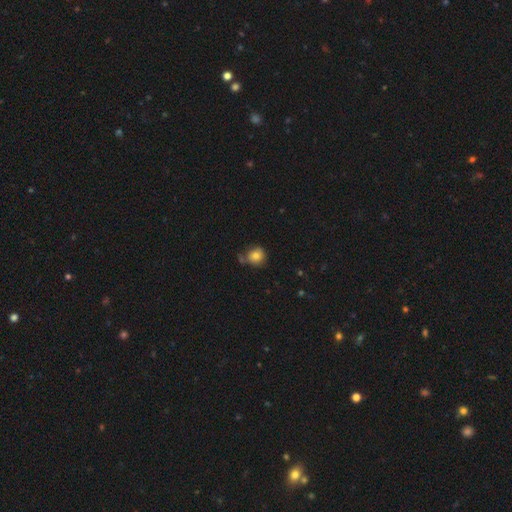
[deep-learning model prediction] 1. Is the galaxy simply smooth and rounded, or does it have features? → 80% smooth, 10% star or artifact, 10% featured or disk.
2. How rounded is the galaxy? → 88% round, 11% in between, 1% cigar-shaped.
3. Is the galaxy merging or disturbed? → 65% none, 18% minor disturbance, 12% merger, 5% major disturbance.